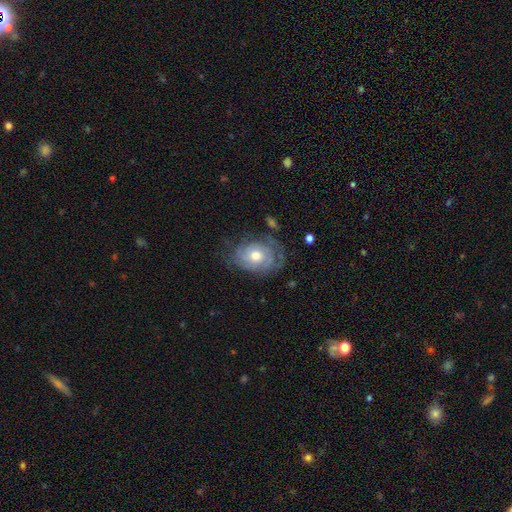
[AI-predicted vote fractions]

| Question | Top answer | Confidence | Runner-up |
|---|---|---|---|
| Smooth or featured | featured or disk | 72% | smooth (22%) |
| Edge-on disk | no | 96% | yes (4%) |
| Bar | no | 81% | weak (16%) |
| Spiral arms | yes | 83% | no (17%) |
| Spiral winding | tight | 67% | medium (24%) |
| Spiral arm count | can't tell | 49% | 2 (23%) |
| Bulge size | moderate | 73% | small (14%) |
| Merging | none | 63% | minor disturbance (23%) |